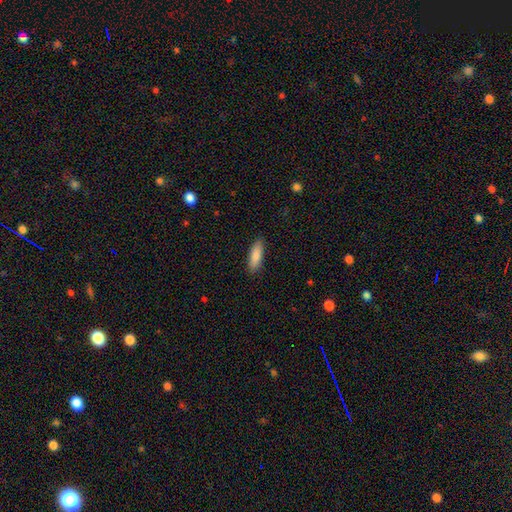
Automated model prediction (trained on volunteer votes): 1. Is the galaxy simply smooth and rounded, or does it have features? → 87% smooth, 8% featured or disk, 6% star or artifact.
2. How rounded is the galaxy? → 53% in between, 45% cigar-shaped, 2% round.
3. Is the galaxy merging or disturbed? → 89% none, 8% minor disturbance, 2% major disturbance, 1% merger.